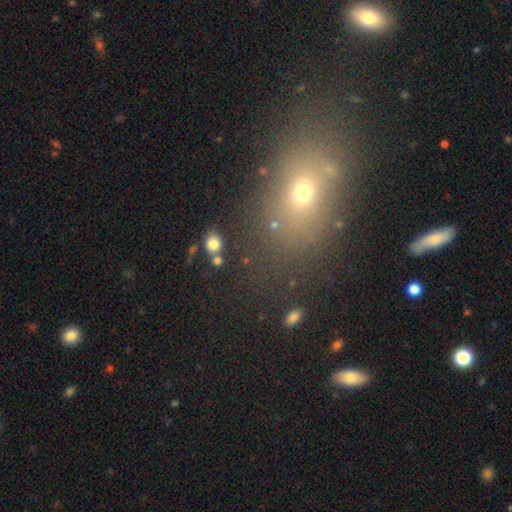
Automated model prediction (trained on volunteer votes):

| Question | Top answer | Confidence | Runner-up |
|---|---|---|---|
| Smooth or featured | smooth | 55% | star or artifact (30%) |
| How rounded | in between | 64% | round (32%) |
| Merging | none | 77% | minor disturbance (12%) |